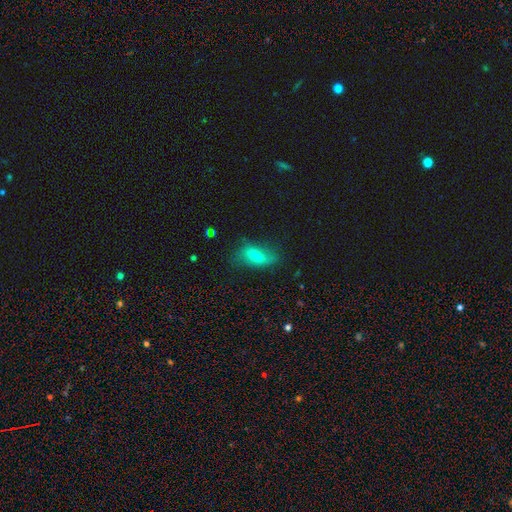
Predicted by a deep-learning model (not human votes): Smooth or featured? smooth (63%)
How rounded? in between (80%)
Merging? none (54%)